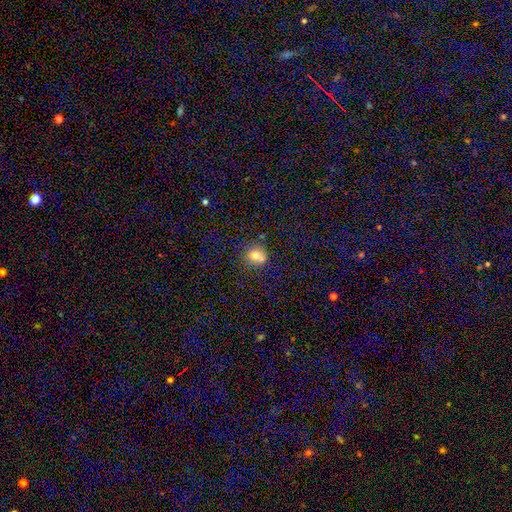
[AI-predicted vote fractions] smooth_or_featured: smooth (p=0.74) [alt: star or artifact p=0.14]
how_rounded: round (p=0.85) [alt: in between p=0.14]
merging: none (p=0.62) [alt: merger p=0.20]